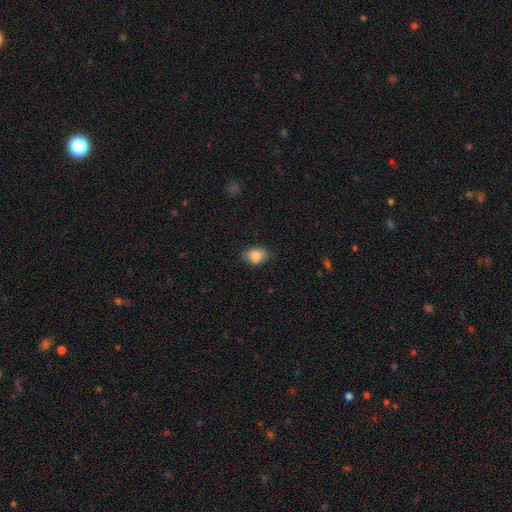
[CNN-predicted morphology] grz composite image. It shows a smooth galaxy with no disk features (84%) that is in between round and cigar-shaped (74%). Merging: none (67%).